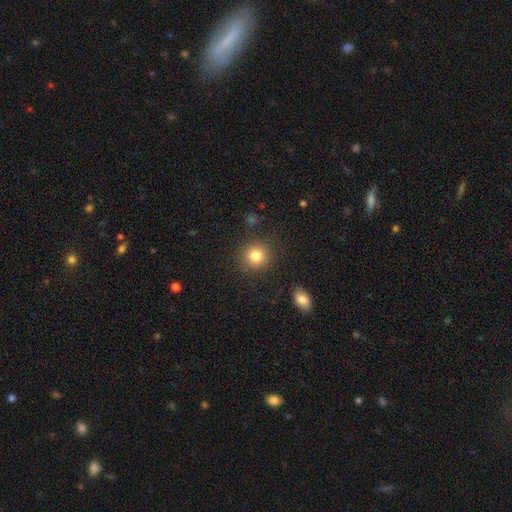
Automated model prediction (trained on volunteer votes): smooth-or-featured: smooth: 82% | star or artifact: 11% | featured or disk: 7%
  how-rounded: round: 92% | in between: 8% | cigar-shaped: 1%
  merging: none: 88% | minor disturbance: 7% | major disturbance: 3% | merger: 2%